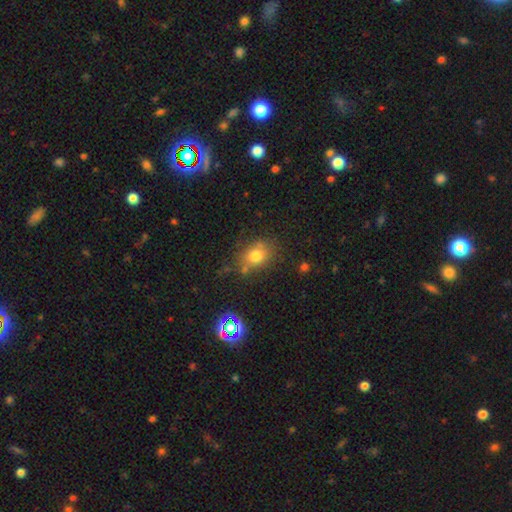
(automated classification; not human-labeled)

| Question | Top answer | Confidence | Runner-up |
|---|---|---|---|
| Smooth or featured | smooth | 75% | star or artifact (14%) |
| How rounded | in between | 58% | round (41%) |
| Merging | none | 69% | minor disturbance (18%) |